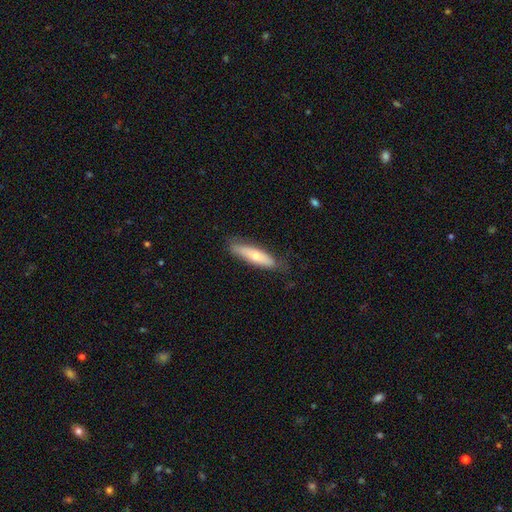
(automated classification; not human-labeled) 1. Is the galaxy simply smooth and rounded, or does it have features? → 64% smooth, 31% featured or disk, 6% star or artifact.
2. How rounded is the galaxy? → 69% cigar-shaped, 29% in between, 2% round.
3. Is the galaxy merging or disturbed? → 77% none, 18% minor disturbance, 4% major disturbance, 1% merger.